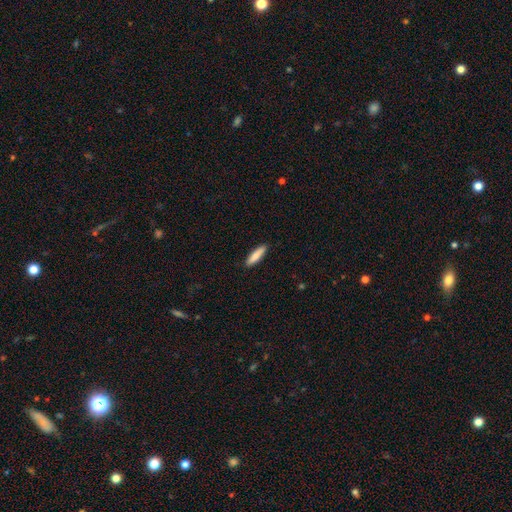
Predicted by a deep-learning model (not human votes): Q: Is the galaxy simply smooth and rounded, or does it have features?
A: smooth — 82%.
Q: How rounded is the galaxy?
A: cigar-shaped — 77%.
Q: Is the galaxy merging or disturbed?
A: none — 90%.